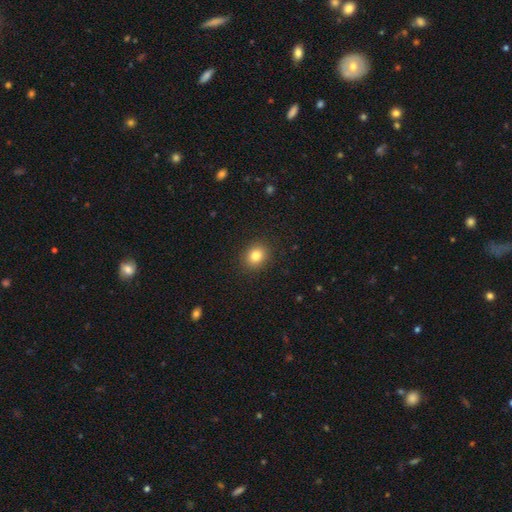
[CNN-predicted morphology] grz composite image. It shows a smooth galaxy with no disk features (82%) that is round (69%). Merging: none (90%).